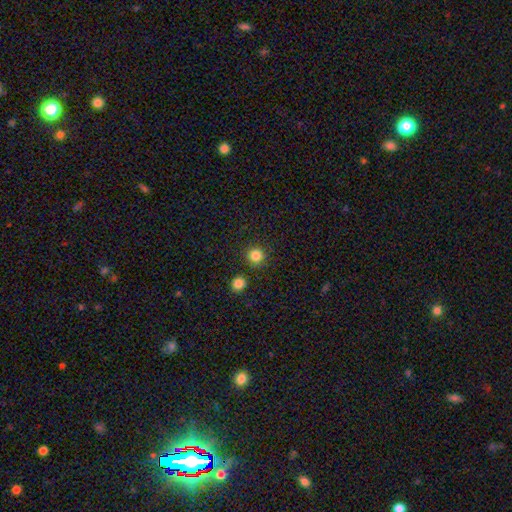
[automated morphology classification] This is clearly a smooth galaxy (84%). How rounded: clearly round (94%). Merging: clearly none (87%).